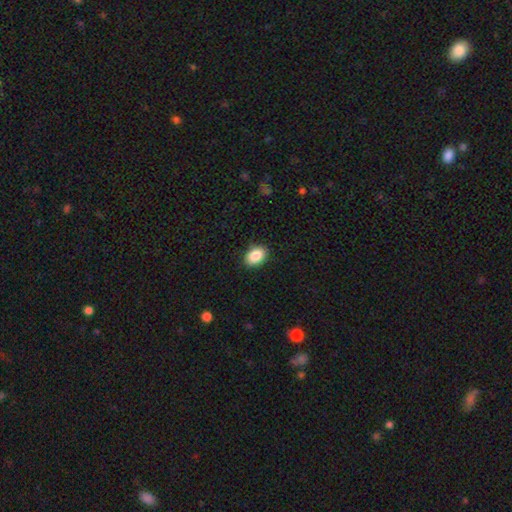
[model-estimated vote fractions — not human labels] Smooth or featured: smooth — 88% (star or artifact — 7%)
How rounded: in between — 84% (round — 15%)
Merging: none — 88% (minor disturbance — 9%)